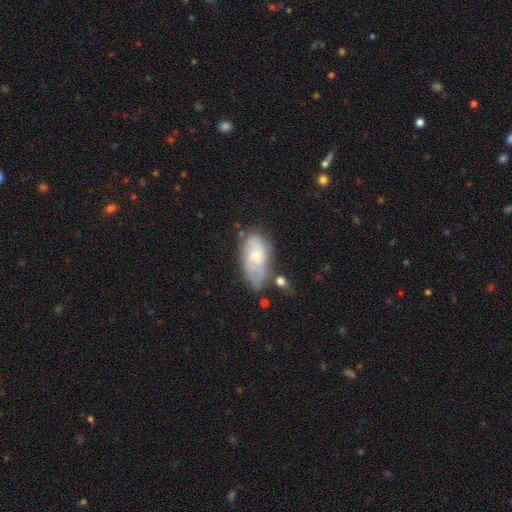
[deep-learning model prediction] Smooth or featured: featured or disk — 50% (smooth — 43%)
Merging: none — 45% (minor disturbance — 30%)